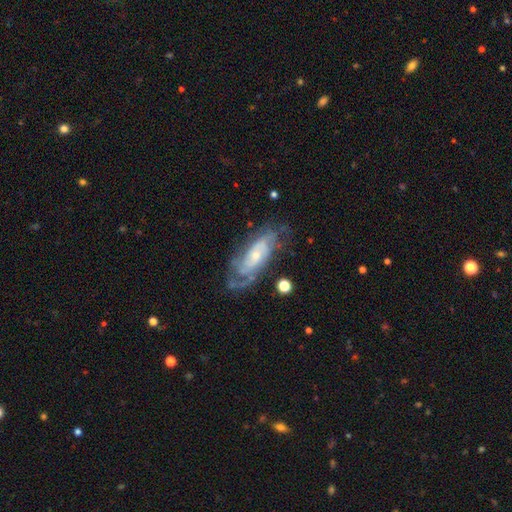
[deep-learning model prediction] This is clearly a featured or disk galaxy (80%). It is clearly not viewed edge-on (90%). Bar: likely no (67%). Spiral arm pattern: clearly yes (91%). Spiral arm count: marginally can't tell (43%). Spiral winding: possibly tight (55%). Central bulge: likely small (66%). Merging: likely none (64%).